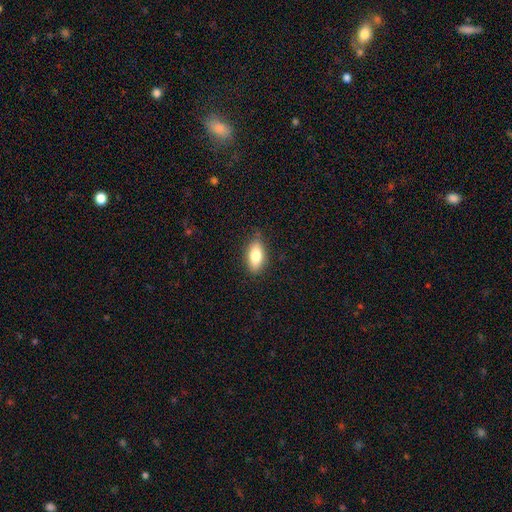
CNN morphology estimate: smooth-or-featured: smooth: 78% | featured or disk: 15% | star or artifact: 7%
  how-rounded: in between: 86% | cigar-shaped: 10% | round: 4%
  merging: none: 82% | minor disturbance: 14% | major disturbance: 3% | merger: 1%